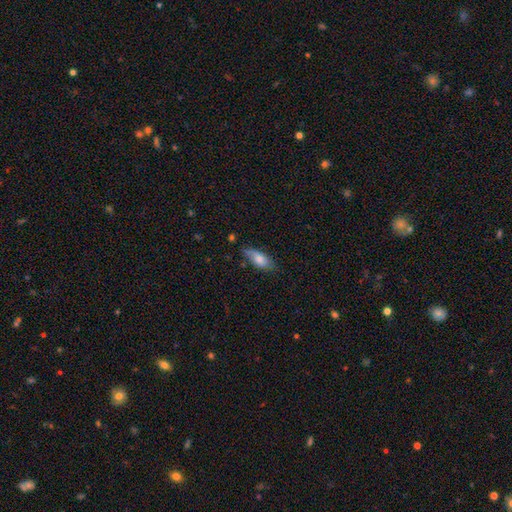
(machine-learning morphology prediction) Q: Smooth or featured?
A: smooth (62%); runner-up: featured or disk (27%)
Q: How rounded?
A: in between (74%); runner-up: cigar-shaped (22%)
Q: Merging?
A: none (68%); runner-up: minor disturbance (24%)